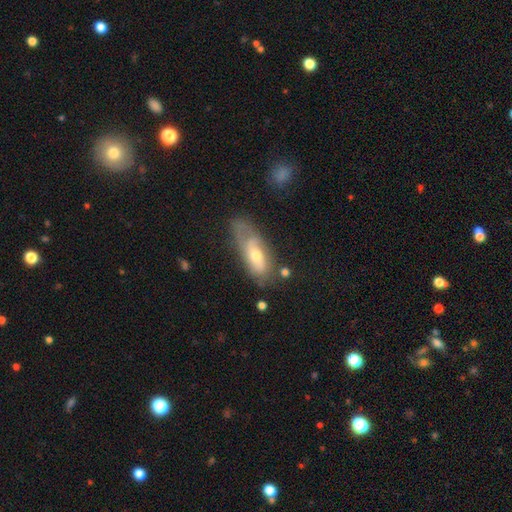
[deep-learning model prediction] smooth-or-featured: featured or disk: 47% | smooth: 46% | star or artifact: 8%
  merging: none: 42% | minor disturbance: 31% | major disturbance: 22% | merger: 6%